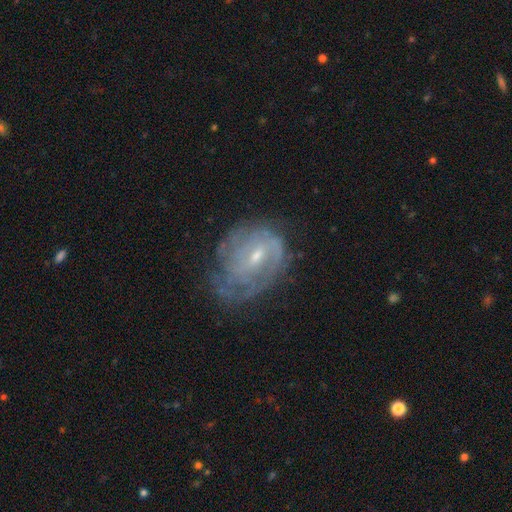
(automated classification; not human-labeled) The model was most divided on "spiral winding": tight: 56%, medium: 32%, loose: 12%. More confident: edge-on disk — no (97%); spiral arms — yes (83%); smooth or featured — featured or disk (77%); bulge size — small (61%); bar — weak (56%); merging — none (53%); spiral arm count — can't tell (50%).